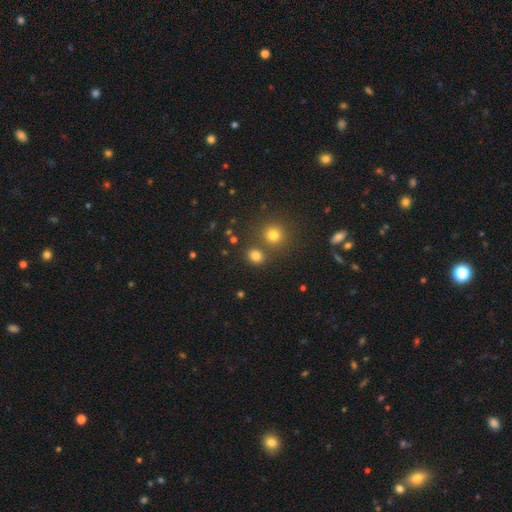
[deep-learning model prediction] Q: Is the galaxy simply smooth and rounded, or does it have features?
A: smooth — 78%.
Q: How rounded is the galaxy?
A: round — 67%.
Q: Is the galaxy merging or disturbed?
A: none — 70%.